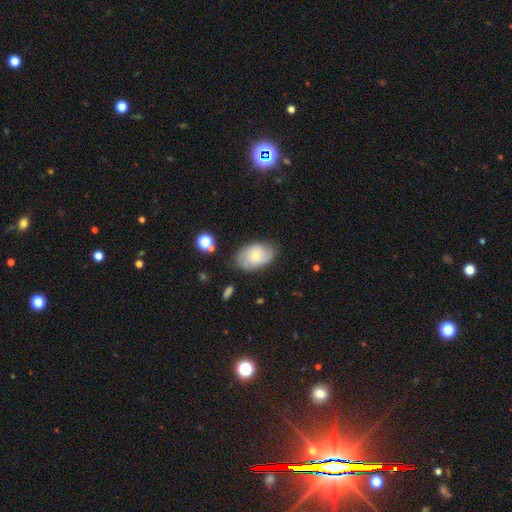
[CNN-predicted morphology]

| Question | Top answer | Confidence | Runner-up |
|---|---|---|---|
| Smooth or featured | featured or disk | 58% | smooth (35%) |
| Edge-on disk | no | 95% | yes (5%) |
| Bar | no | 74% | weak (23%) |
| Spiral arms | yes | 84% | no (16%) |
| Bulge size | small | 49% | moderate (47%) |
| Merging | none | 74% | minor disturbance (19%) |